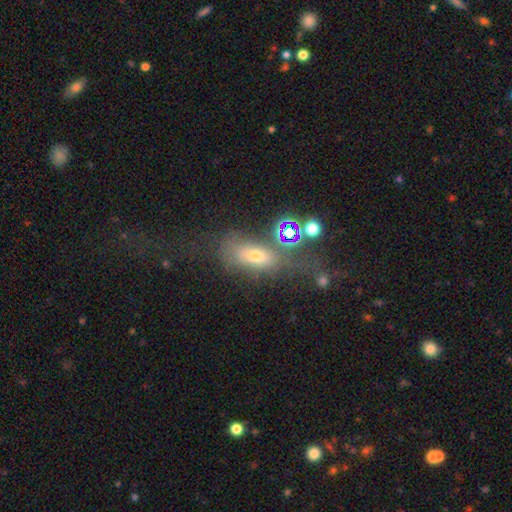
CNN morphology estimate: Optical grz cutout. It shows a smooth galaxy with no disk features (54%) that is in between round and cigar-shaped (77%). Merging: none (39%).